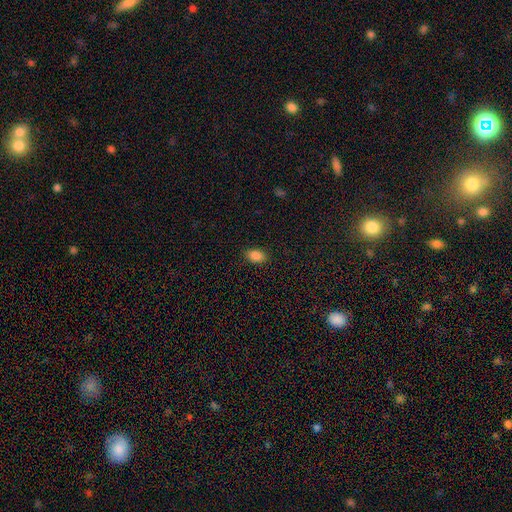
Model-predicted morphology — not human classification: This appears to be a smooth galaxy with no disk features (87%) that is in between round and cigar-shaped (87%). Merging: none (89%).